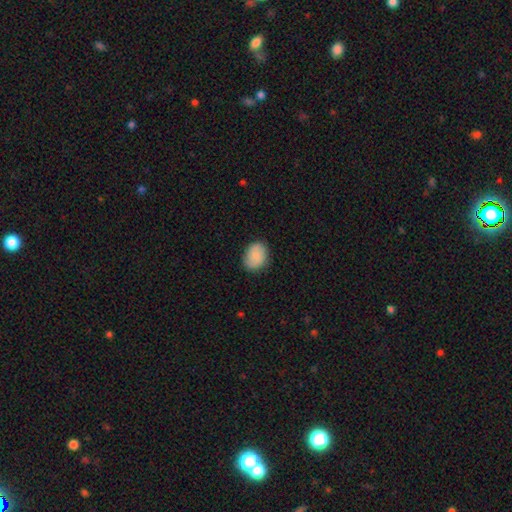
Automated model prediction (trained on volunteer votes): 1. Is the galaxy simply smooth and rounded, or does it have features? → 81% smooth, 12% featured or disk, 7% star or artifact.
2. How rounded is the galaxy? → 65% in between, 34% round, 1% cigar-shaped.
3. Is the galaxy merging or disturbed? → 79% none, 17% minor disturbance, 4% major disturbance, 1% merger.